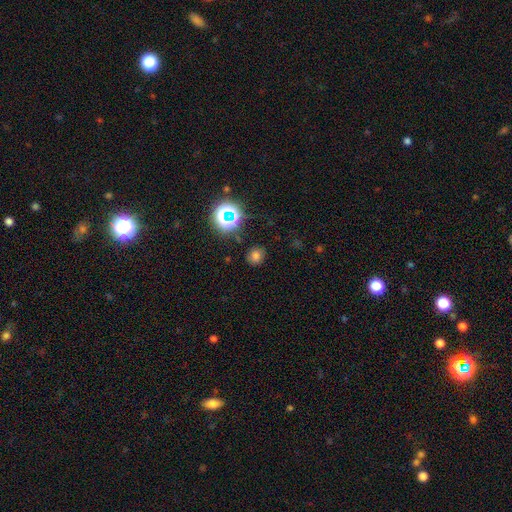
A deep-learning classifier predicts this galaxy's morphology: A smooth galaxy with no disk features (68%) that is round (77%).

Vote fractions:
- Smooth or featured? smooth: 68% / star or artifact: 25% / featured or disk: 8%
- How rounded? round: 77% / in between: 22% / cigar-shaped: 1%
- Merging? none: 83% / minor disturbance: 12% / major disturbance: 4% / merger: 2%